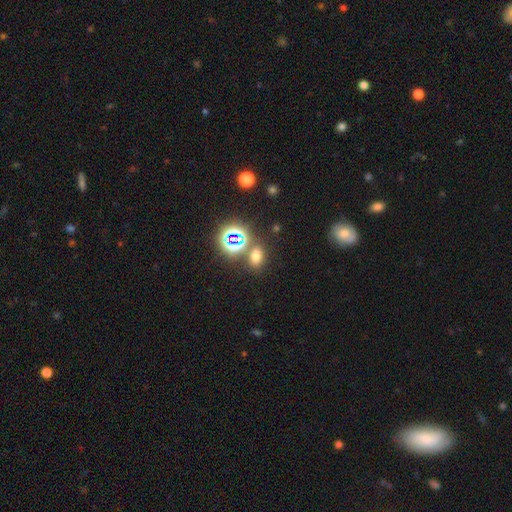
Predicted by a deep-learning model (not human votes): smooth-or-featured: smooth: 59% | star or artifact: 34% | featured or disk: 7%
  how-rounded: in between: 69% | round: 28% | cigar-shaped: 3%
  merging: none: 74% | merger: 12% | minor disturbance: 10% | major disturbance: 4%